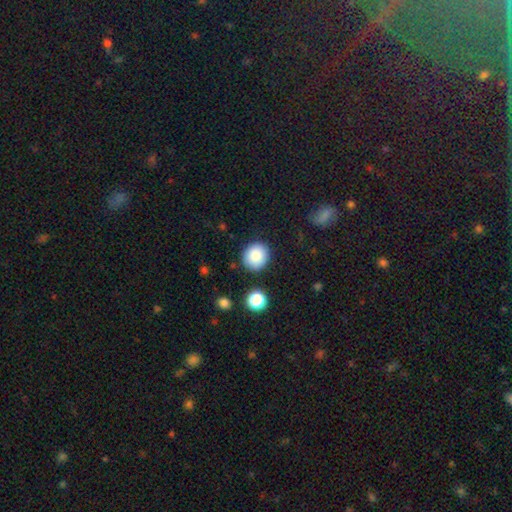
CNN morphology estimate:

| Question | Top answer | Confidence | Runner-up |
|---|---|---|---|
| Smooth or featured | smooth | 87% | star or artifact (9%) |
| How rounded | round | 82% | in between (17%) |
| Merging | none | 86% | minor disturbance (9%) |